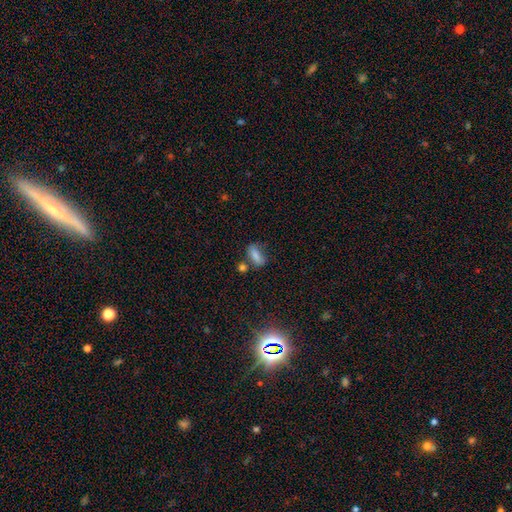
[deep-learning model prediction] smooth-or-featured: smooth: 78% | featured or disk: 12% | star or artifact: 11%
  how-rounded: in between: 74% | cigar-shaped: 20% | round: 6%
  merging: none: 54% | minor disturbance: 21% | merger: 17% | major disturbance: 8%